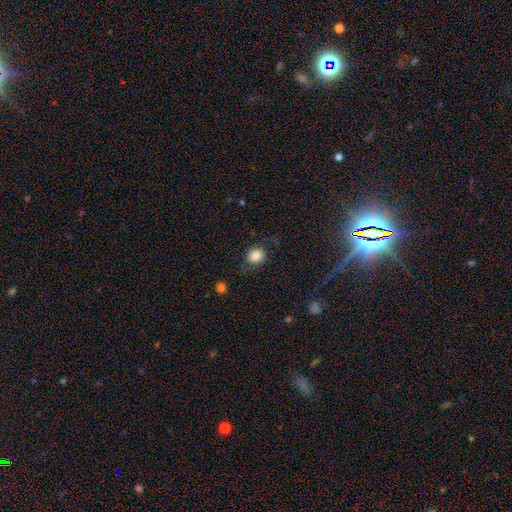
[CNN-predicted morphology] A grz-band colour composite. It shows a smooth galaxy with no disk features (82%) that is round (71%). Merging: none (76%).